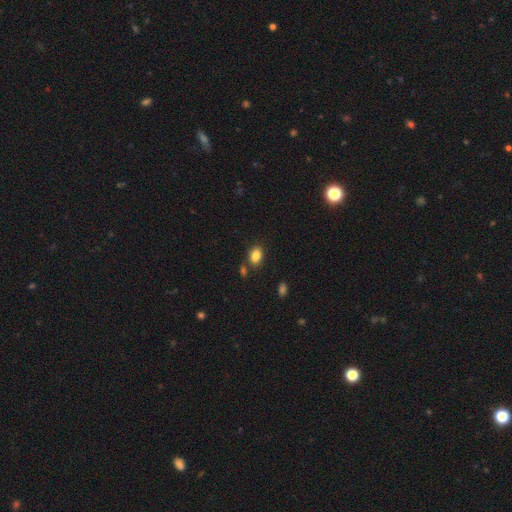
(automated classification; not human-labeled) This is clearly a smooth galaxy (85%). How rounded: likely in between (77%). Merging: likely none (77%).